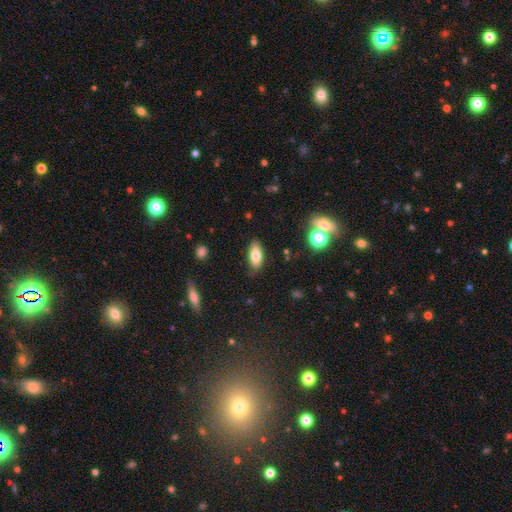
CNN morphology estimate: Q: Smooth or featured?
A: smooth (77%); runner-up: featured or disk (14%)
Q: How rounded?
A: in between (86%); runner-up: cigar-shaped (11%)
Q: Merging?
A: none (83%); runner-up: minor disturbance (12%)